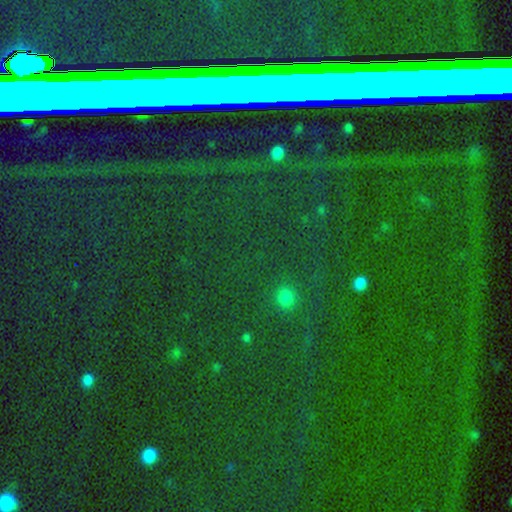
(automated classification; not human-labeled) Morphology: type=star or artifact (72%).